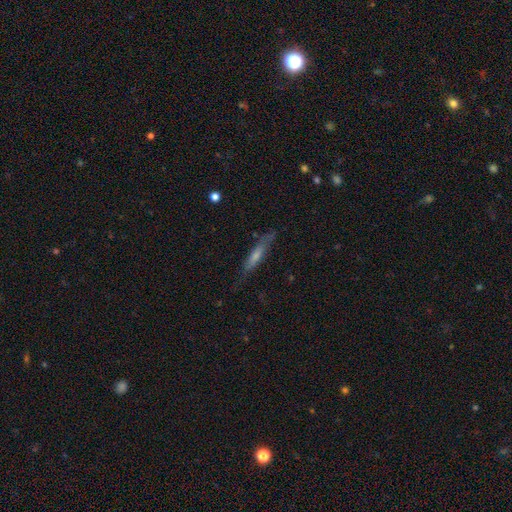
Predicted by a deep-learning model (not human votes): Smooth or featured? featured or disk (52%)
Edge-on disk? yes (83%)
Merging? none (76%)